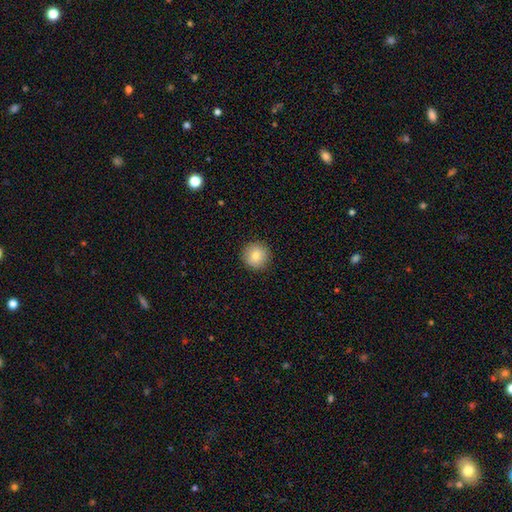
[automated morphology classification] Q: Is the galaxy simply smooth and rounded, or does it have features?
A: smooth — 82%.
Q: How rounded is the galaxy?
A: round — 95%.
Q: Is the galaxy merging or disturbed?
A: none — 92%.